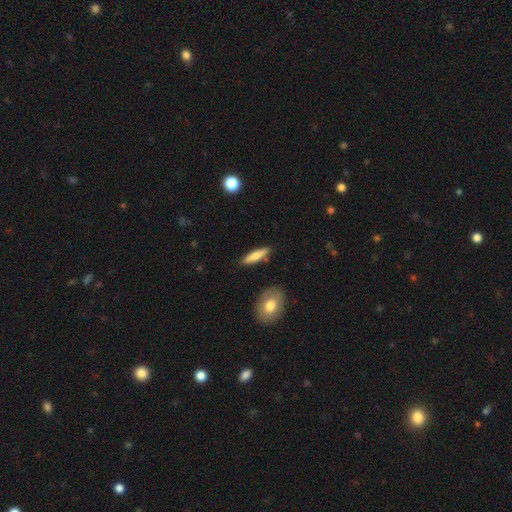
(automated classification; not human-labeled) Smooth or featured: smooth — 68% (featured or disk — 27%)
How rounded: cigar-shaped — 77% (in between — 21%)
Merging: none — 86% (minor disturbance — 9%)